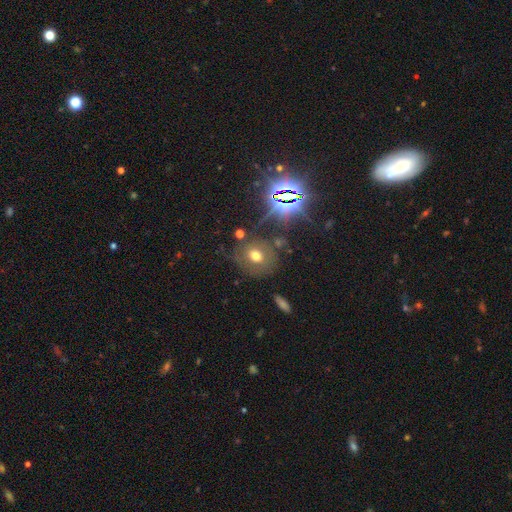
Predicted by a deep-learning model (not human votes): Smooth or featured? Predicted: smooth (p=0.52). How rounded? Predicted: round (p=0.68). Merging? Predicted: none (p=0.74).